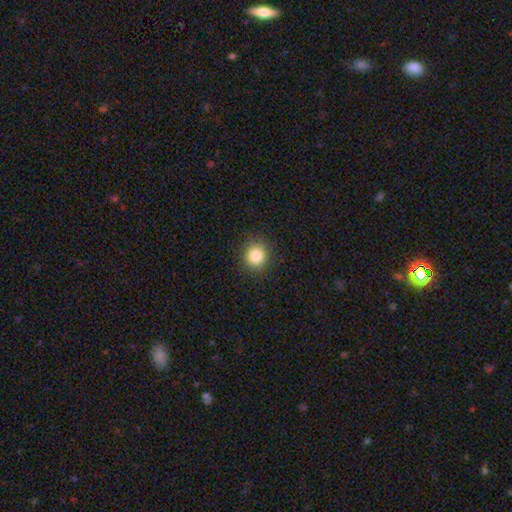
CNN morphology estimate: This is clearly a smooth galaxy (84%). How rounded: clearly round (88%). Merging: clearly none (90%).